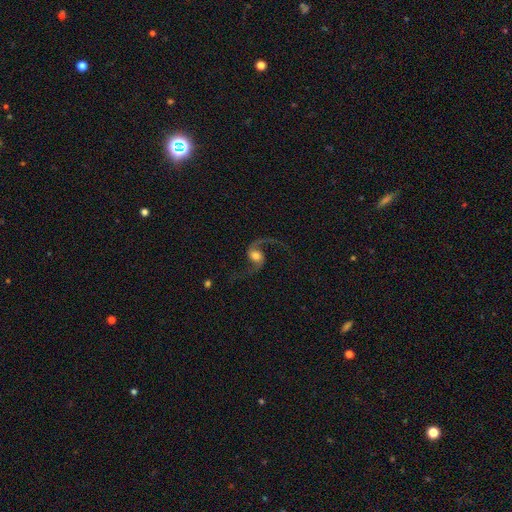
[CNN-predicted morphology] Smooth or featured? featured or disk (88%)
Edge-on disk? no (97%)
Bar? no (56%)
Spiral arms? yes (97%)
Spiral winding? loose (81%)
Spiral arm count? 2 (94%)
Bulge size? moderate (57%)
Merging? none (75%)